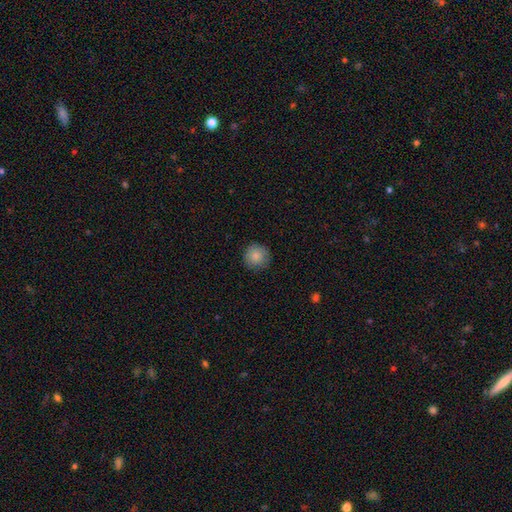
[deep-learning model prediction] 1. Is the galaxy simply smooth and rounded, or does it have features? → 85% smooth, 8% star or artifact, 6% featured or disk.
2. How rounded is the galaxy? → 95% round, 5% in between, 1% cigar-shaped.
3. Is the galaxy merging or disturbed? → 86% none, 11% minor disturbance, 2% major disturbance, 1% merger.